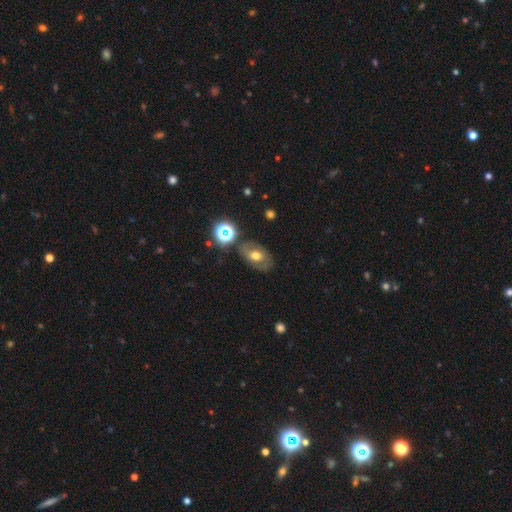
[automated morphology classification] This is possibly a smooth galaxy (51%). How rounded: likely in between (76%). Merging: likely none (73%).